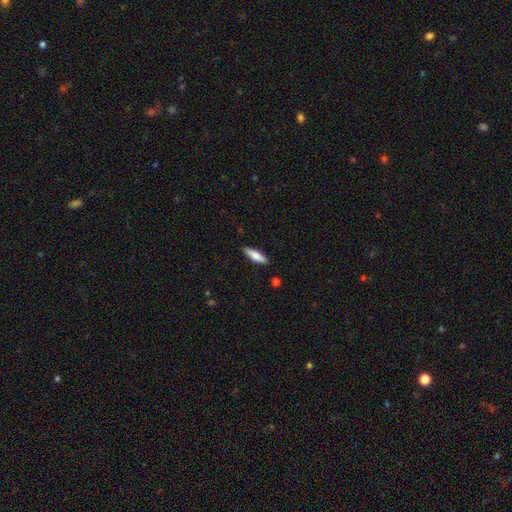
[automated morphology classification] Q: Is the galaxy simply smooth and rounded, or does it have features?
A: smooth — 74%.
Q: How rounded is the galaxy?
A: cigar-shaped — 60%.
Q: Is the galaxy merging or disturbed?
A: none — 88%.